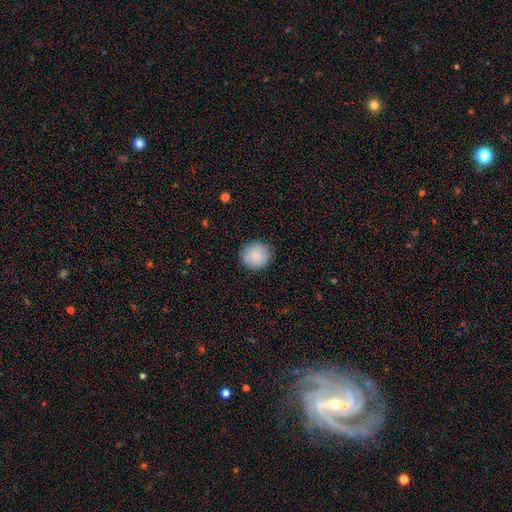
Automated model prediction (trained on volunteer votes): This is clearly a smooth galaxy (87%). How rounded: clearly round (88%). Merging: clearly none (88%).